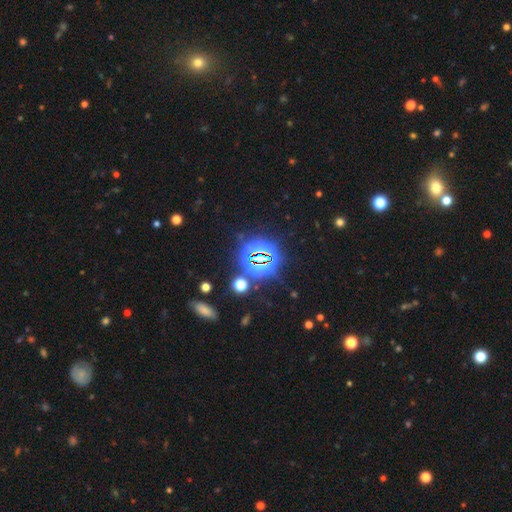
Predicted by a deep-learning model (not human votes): A star or artifact, not a galaxy (76%).